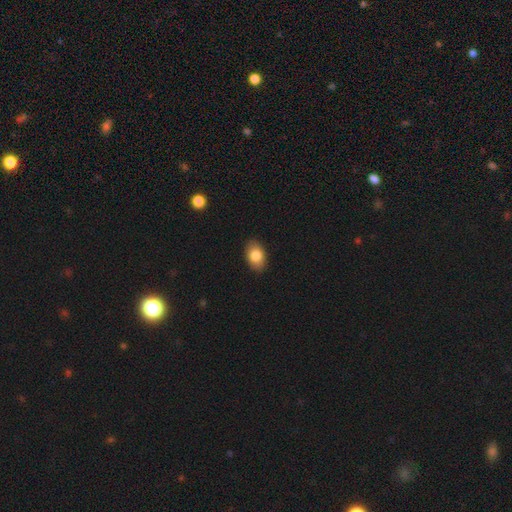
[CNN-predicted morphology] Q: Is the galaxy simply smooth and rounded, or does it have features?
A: smooth — 84%.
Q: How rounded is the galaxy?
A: in between — 87%.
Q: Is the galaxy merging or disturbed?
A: none — 88%.